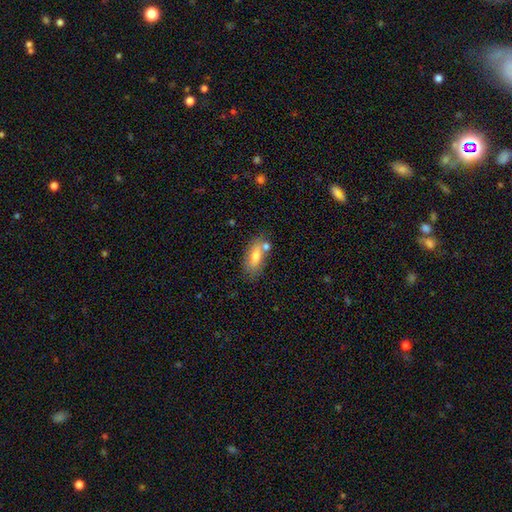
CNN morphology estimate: type=smooth (72%); roundness=in between (76%); merging=none (65%).